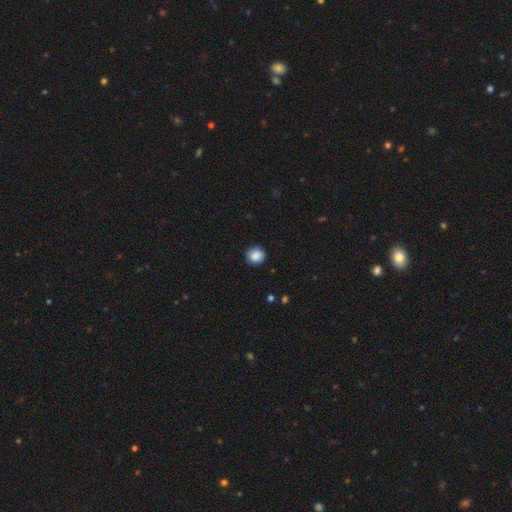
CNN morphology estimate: This is clearly a smooth galaxy (87%). How rounded: clearly round (88%). Merging: clearly none (88%).